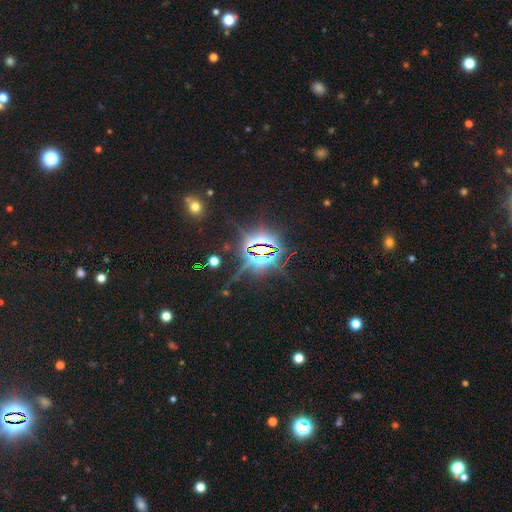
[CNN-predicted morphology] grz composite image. It shows a star or artifact, not a galaxy (85%).